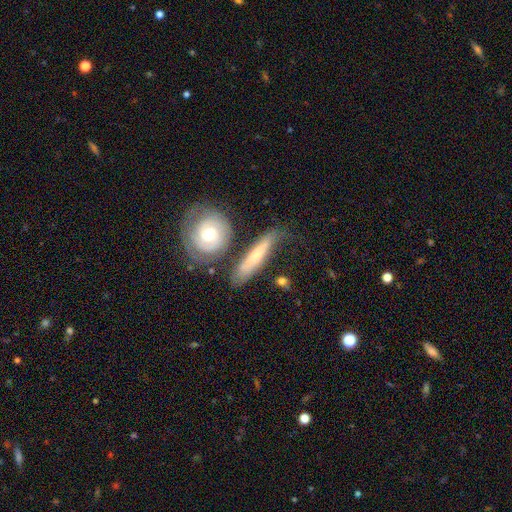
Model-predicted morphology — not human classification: Smooth or featured? Predicted: smooth (p=0.48). Merging? Predicted: none (p=0.61).